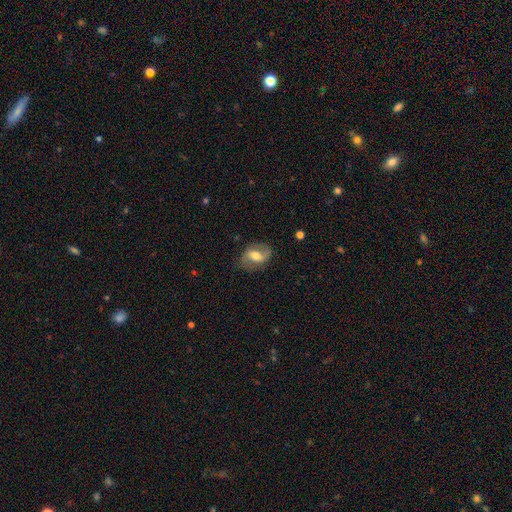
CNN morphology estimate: A featured or disk galaxy (61%) with a weak bar (45%), spiral arms (81%) and a moderate central bulge (67%). Merging: none (72%).